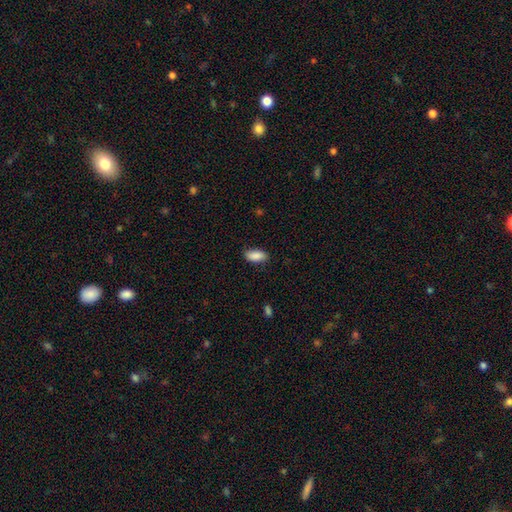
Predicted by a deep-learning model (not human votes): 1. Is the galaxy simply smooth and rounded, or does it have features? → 88% smooth, 7% star or artifact, 5% featured or disk.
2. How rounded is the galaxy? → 91% in between, 7% cigar-shaped, 2% round.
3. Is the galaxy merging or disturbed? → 84% none, 12% minor disturbance, 3% major disturbance, 1% merger.